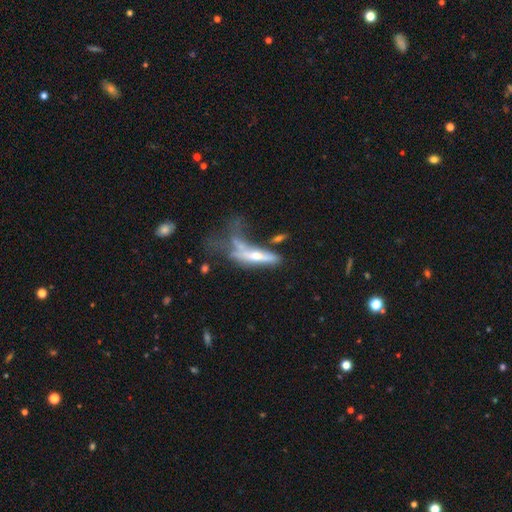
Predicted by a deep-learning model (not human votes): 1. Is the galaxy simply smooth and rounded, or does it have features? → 55% featured or disk, 36% smooth, 9% star or artifact.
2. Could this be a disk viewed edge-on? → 65% yes, 35% no.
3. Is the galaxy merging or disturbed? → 41% major disturbance, 25% merger, 18% none, 16% minor disturbance.